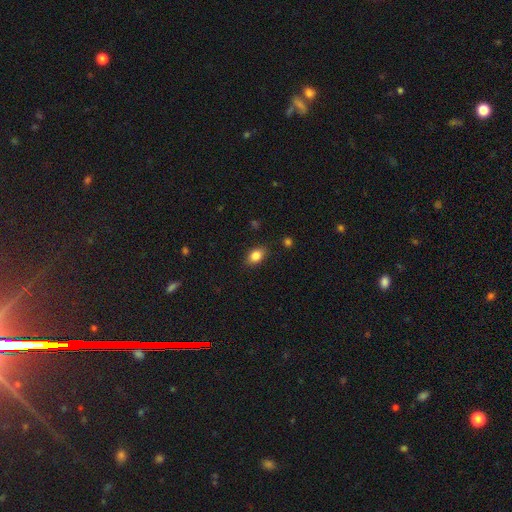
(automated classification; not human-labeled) This is clearly a smooth galaxy (84%). How rounded: likely in between (77%). Merging: clearly none (85%).